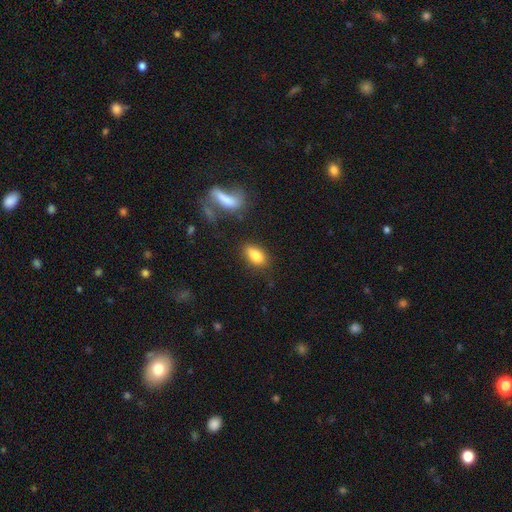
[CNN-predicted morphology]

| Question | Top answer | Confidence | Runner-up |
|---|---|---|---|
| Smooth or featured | smooth | 83% | star or artifact (8%) |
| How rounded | in between | 84% | cigar-shaped (10%) |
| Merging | none | 70% | minor disturbance (18%) |